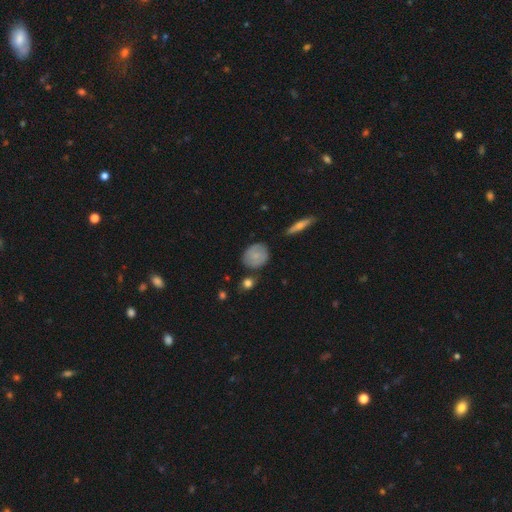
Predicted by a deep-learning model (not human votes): This is likely a smooth galaxy (63%). How rounded: likely round (70%). Merging: likely none (78%).